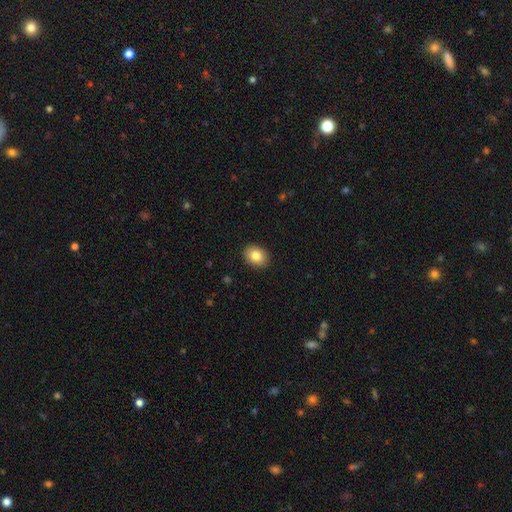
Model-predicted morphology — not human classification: A smooth galaxy with no disk features (84%) that is in between round and cigar-shaped (65%).

Vote fractions:
- Smooth or featured? smooth: 84% / star or artifact: 8% / featured or disk: 8%
- How rounded? in between: 65% / round: 34% / cigar-shaped: 1%
- Merging? none: 90% / minor disturbance: 7% / major disturbance: 2% / merger: 1%